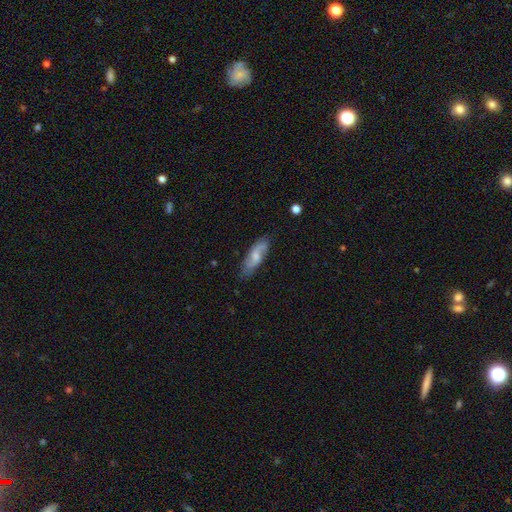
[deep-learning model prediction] featured or disk 55%, smooth 39%, star or artifact 6%. Down the decision tree: edge-on disk — no (86%); merging — none (75%).